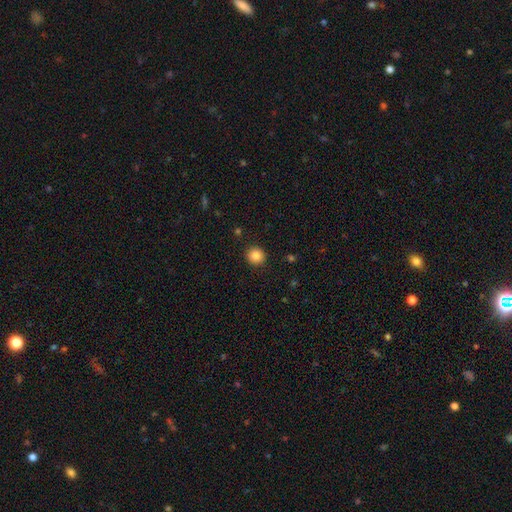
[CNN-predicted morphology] Smooth or featured?
  - smooth: 87% *
  - star or artifact: 10%
  - featured or disk: 4%
How rounded?
  - round: 91% *
  - in between: 8%
  - cigar-shaped: 1%
Merging?
  - none: 91% *
  - minor disturbance: 6%
  - major disturbance: 2%
  - merger: 1%